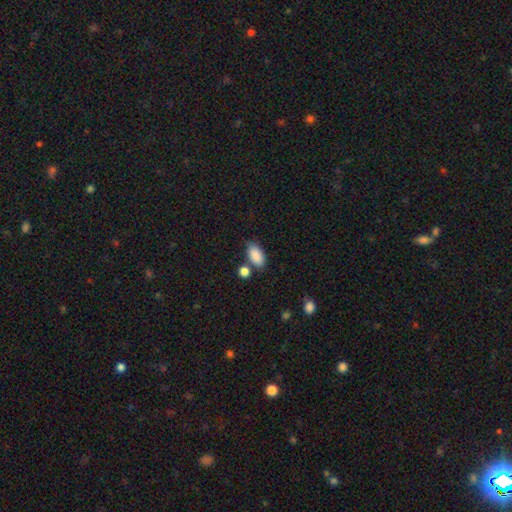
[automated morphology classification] smooth_or_featured: smooth (p=0.88) [alt: star or artifact p=0.07]
how_rounded: in between (p=0.92) [alt: round p=0.05]
merging: none (p=0.69) [alt: minor disturbance p=0.14]